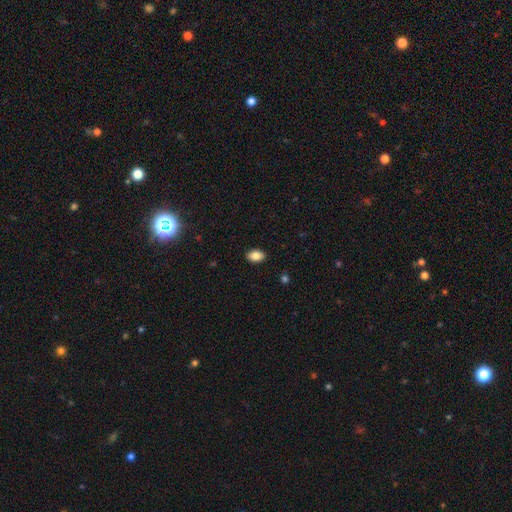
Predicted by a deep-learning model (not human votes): This appears to be a smooth galaxy with no disk features (85%) that is in between round and cigar-shaped (87%). Merging: none (90%).